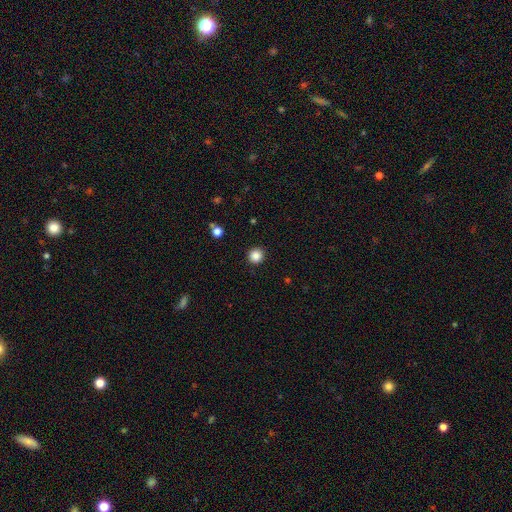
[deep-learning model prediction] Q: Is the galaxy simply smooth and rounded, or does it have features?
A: smooth — 86%.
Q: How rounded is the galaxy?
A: round — 95%.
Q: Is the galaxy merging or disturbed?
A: none — 93%.